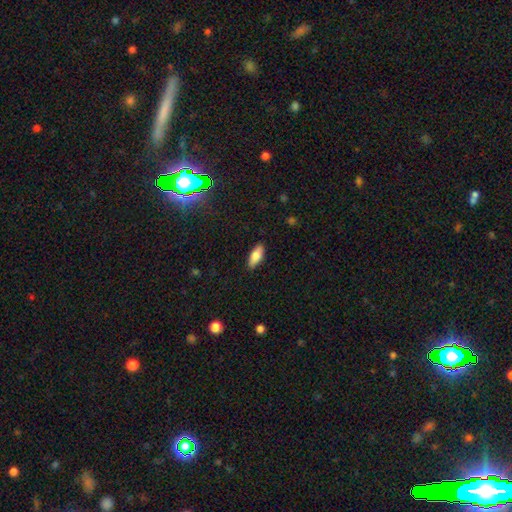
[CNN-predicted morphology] A smooth galaxy with no disk features (77%) that is in between round and cigar-shaped (77%). Merging: none (88%).